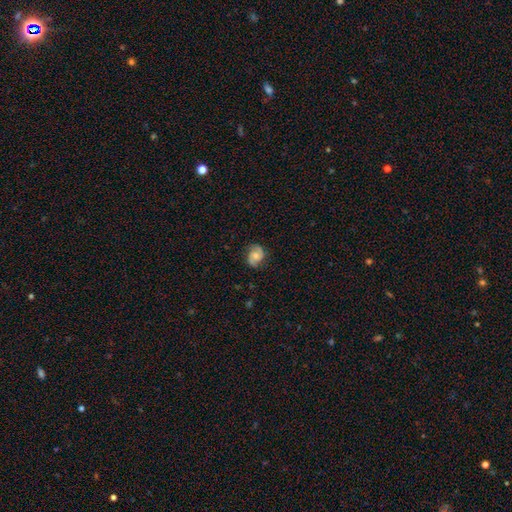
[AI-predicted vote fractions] This appears to be a featured or disk galaxy (64%) with no bar (63%), 2 (89%) medium (46%) spiral arms (93%) and a moderate central bulge (55%). Merging: none (79%).